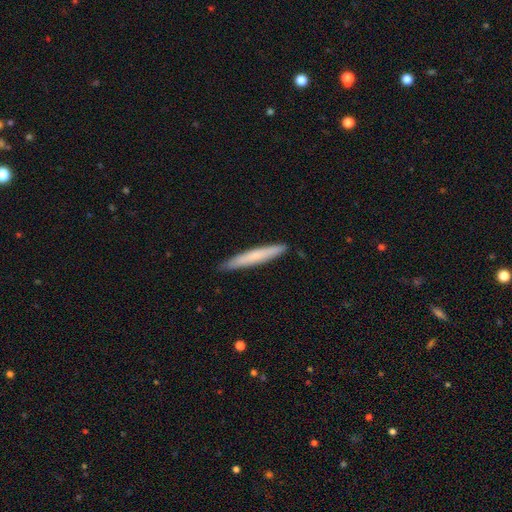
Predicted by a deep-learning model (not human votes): Overall: smooth (67%; featured or disk 28%). How rounded: cigar-shaped (96%). Merging: none (90%).